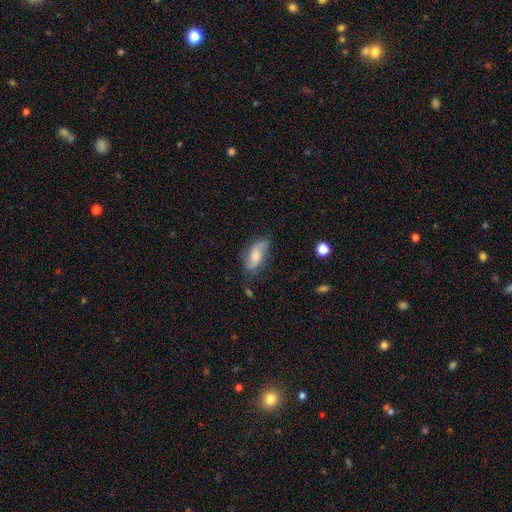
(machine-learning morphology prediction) Overall: featured or disk (50%; smooth 42%). Merging: none (63%; minor disturbance 26%).